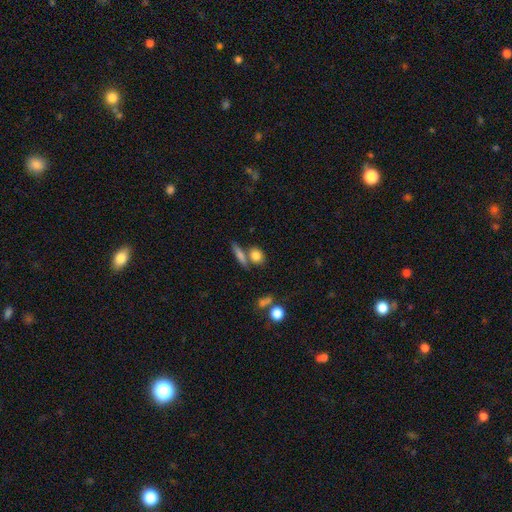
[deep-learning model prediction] A smooth galaxy with no disk features (81%) that is round (49%).

Vote fractions:
- Smooth or featured? smooth: 81% / featured or disk: 10% / star or artifact: 9%
- How rounded? round: 49% / in between: 41% / cigar-shaped: 9%
- Merging? none: 59% / merger: 26% / minor disturbance: 11% / major disturbance: 4%